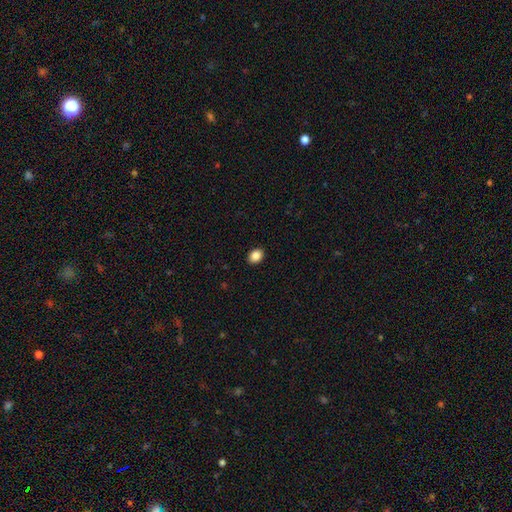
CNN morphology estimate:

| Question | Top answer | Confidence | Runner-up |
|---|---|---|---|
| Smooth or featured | smooth | 87% | star or artifact (9%) |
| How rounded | in between | 65% | round (34%) |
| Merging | none | 91% | minor disturbance (6%) |